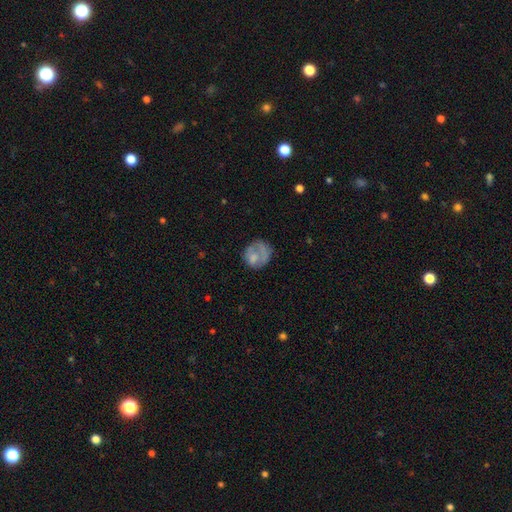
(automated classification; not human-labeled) A smooth galaxy with no disk features (61%) that is round (73%).

Vote fractions:
- Smooth or featured? smooth: 61% / featured or disk: 30% / star or artifact: 9%
- How rounded? round: 73% / in between: 26% / cigar-shaped: 1%
- Merging? none: 47% / minor disturbance: 25% / major disturbance: 23% / merger: 5%